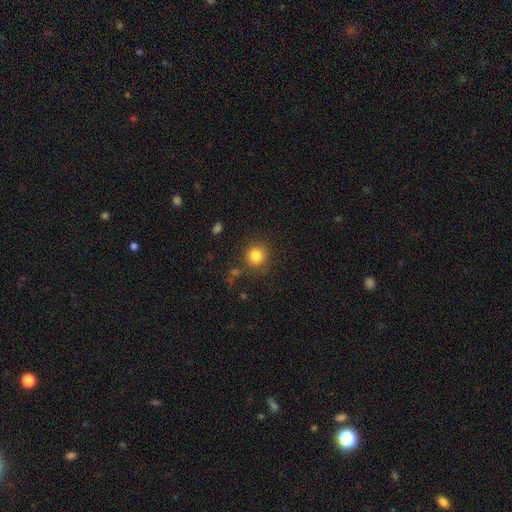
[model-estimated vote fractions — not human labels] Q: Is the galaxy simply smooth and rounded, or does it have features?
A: smooth — 82%.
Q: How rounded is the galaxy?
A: round — 89%.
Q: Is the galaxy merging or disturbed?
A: none — 82%.